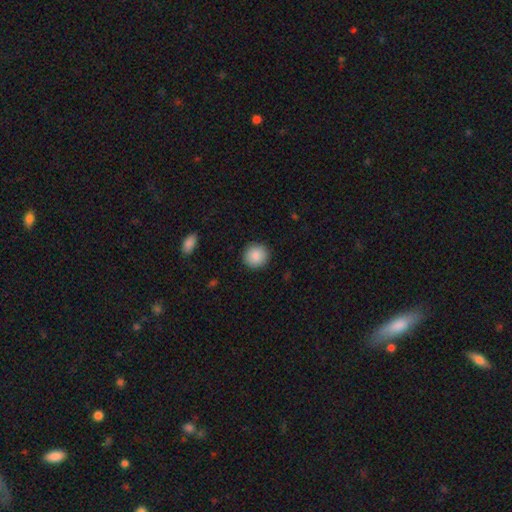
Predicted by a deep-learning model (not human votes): Morphology: type=smooth (88%); roundness=round (92%); merging=none (91%).